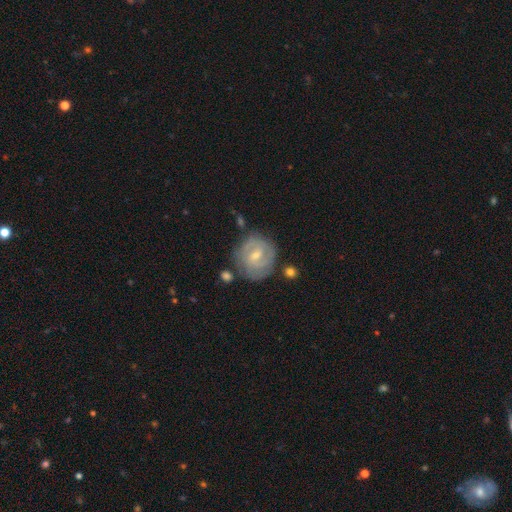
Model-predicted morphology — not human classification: Smooth or featured: featured or disk — 75% (smooth — 19%)
Edge-on disk: no — 97% (yes — 3%)
Bar: weak — 60% (no — 26%)
Spiral arms: yes — 90% (no — 10%)
Spiral winding: tight — 59% (medium — 33%)
Spiral arm count: 2 — 54% (can't tell — 25%)
Bulge size: small — 55% (moderate — 40%)
Merging: none — 73% (minor disturbance — 17%)